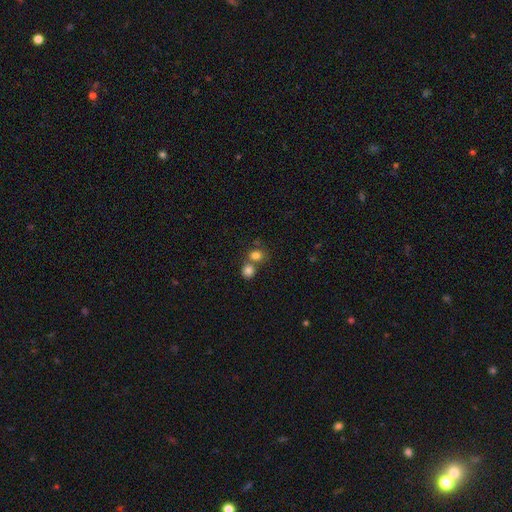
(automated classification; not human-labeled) Smooth or featured? smooth (80%)
How rounded? round (75%)
Merging? none (48%)